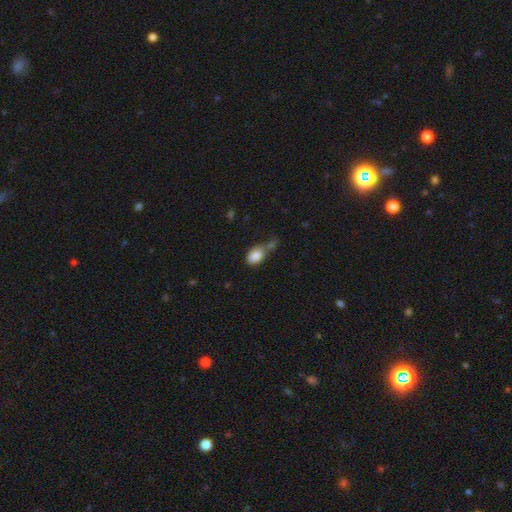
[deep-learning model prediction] Morphology: type=smooth (85%); roundness=in between (84%); merging=none (36%).